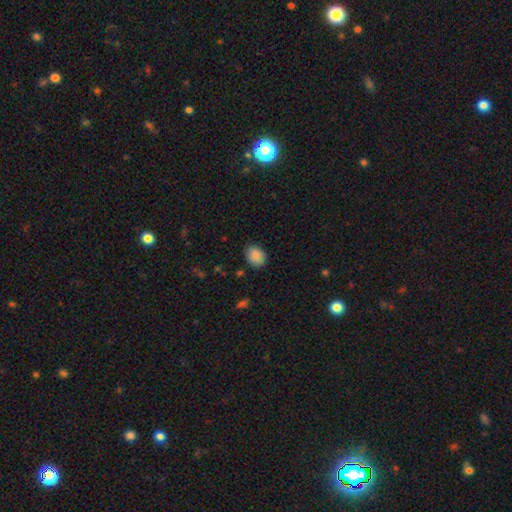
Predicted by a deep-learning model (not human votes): smooth 87%, star or artifact 8%, featured or disk 5%. Down the decision tree: how rounded — in between (54%); merging — none (77%).